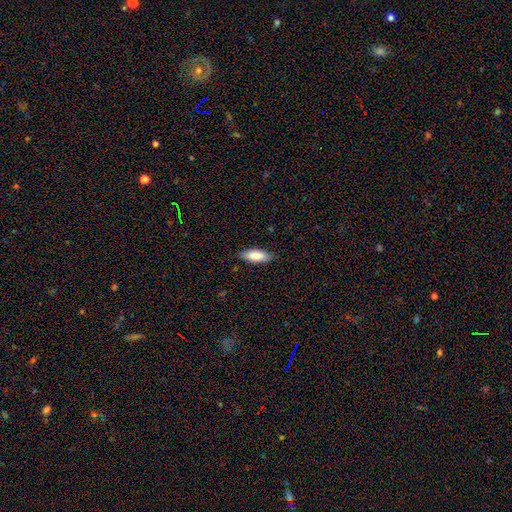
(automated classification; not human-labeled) A smooth galaxy with no disk features (86%) that is in between round and cigar-shaped (74%).

Vote fractions:
- Smooth or featured? smooth: 86% / featured or disk: 9% / star or artifact: 6%
- How rounded? in between: 74% / cigar-shaped: 25% / round: 2%
- Merging? none: 85% / minor disturbance: 12% / major disturbance: 2% / merger: 1%